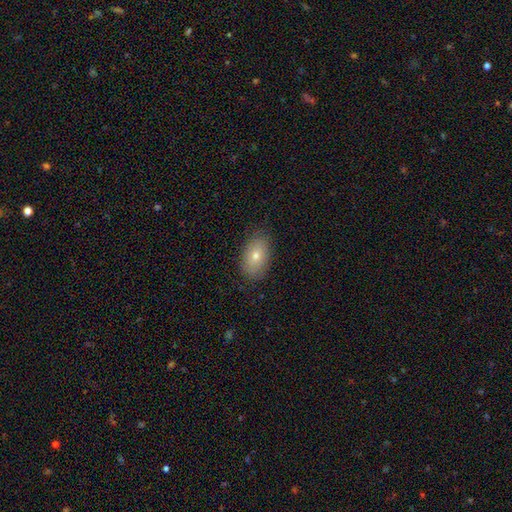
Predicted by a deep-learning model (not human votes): Q: Smooth or featured?
A: smooth (75%); runner-up: featured or disk (17%)
Q: How rounded?
A: in between (89%); runner-up: round (9%)
Q: Merging?
A: none (84%); runner-up: minor disturbance (12%)